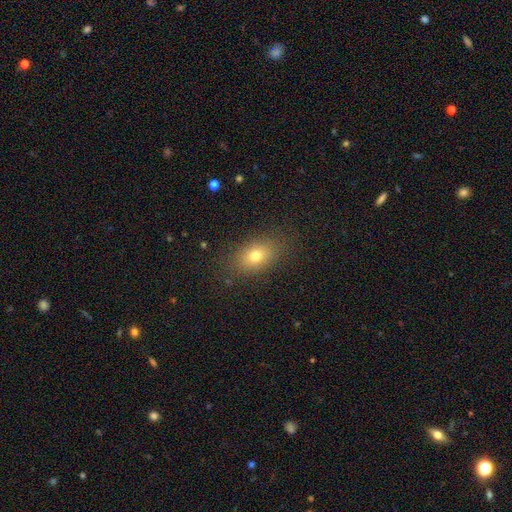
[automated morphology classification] Smooth or featured? smooth (75%)
How rounded? in between (78%)
Merging? none (84%)